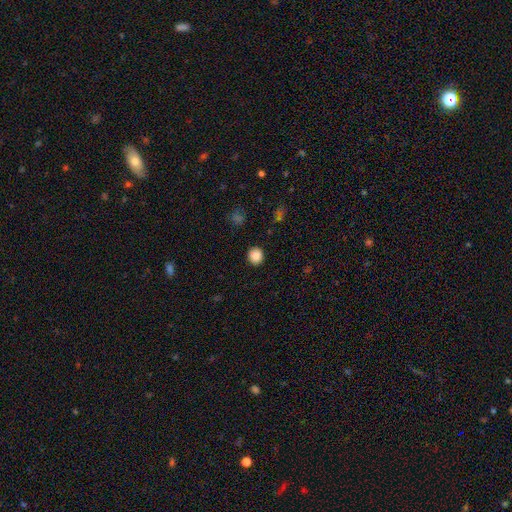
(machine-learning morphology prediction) A smooth galaxy with no disk features (86%) that is round (84%). Merging: none (89%).